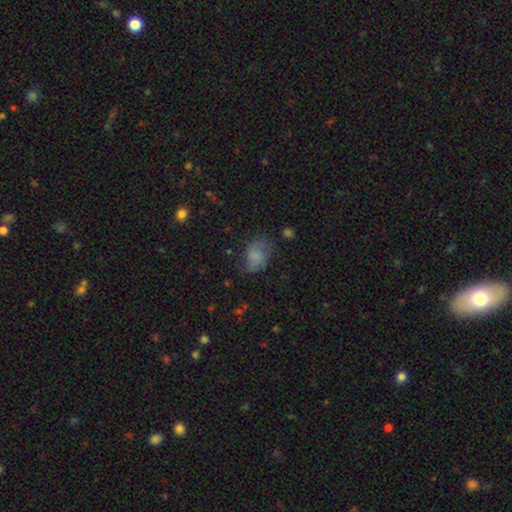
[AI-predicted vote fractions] Q: Smooth or featured?
A: smooth (71%); runner-up: featured or disk (18%)
Q: How rounded?
A: in between (78%); runner-up: round (21%)
Q: Merging?
A: none (53%); runner-up: minor disturbance (29%)